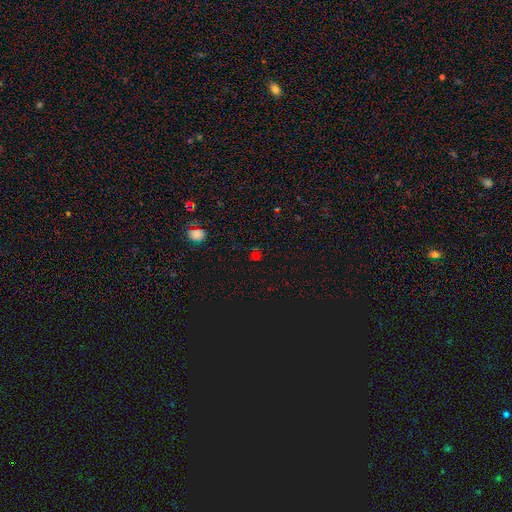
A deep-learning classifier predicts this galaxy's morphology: Q: Smooth or featured?
A: star or artifact (49%); runner-up: smooth (44%)